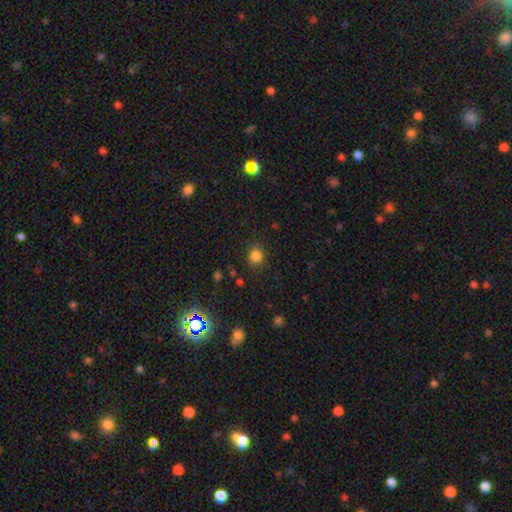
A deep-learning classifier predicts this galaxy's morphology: This is clearly a smooth galaxy (81%). How rounded: likely round (80%). Merging: clearly none (84%).